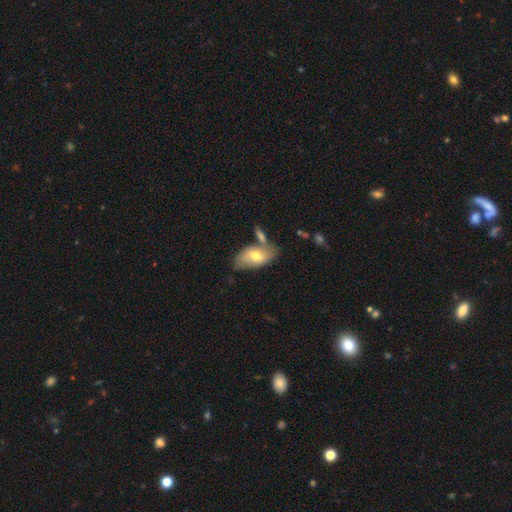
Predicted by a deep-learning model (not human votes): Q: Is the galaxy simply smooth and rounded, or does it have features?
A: smooth — 65%.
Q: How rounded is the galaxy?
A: in between — 92%.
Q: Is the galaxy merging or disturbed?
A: none — 51%.